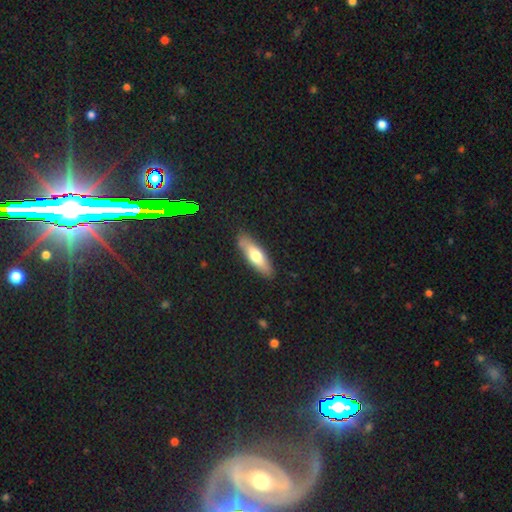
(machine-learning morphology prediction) smooth 63%, featured or disk 31%, star or artifact 6%. Down the decision tree: how rounded — cigar-shaped (56%); merging — none (87%).